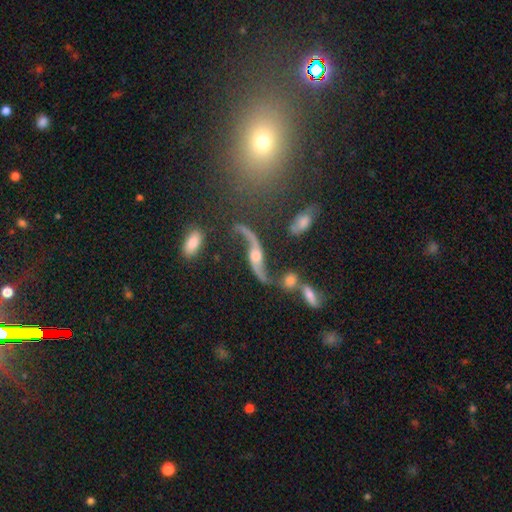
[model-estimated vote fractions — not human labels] smooth_or_featured: featured or disk (p=0.43) [alt: star or artifact p=0.33]
merging: none (p=0.59) [alt: merger p=0.17]